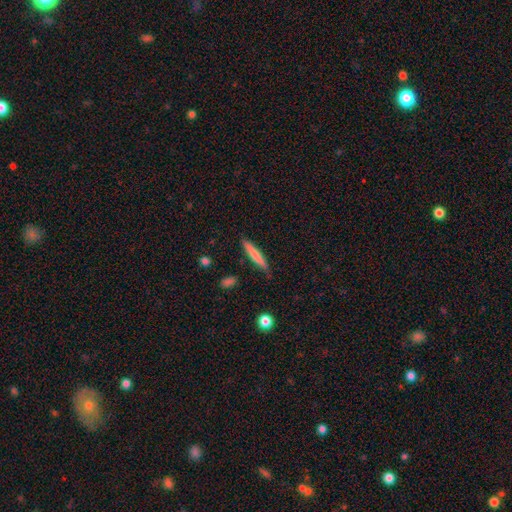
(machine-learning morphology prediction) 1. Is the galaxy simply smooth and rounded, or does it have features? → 68% smooth, 26% featured or disk, 6% star or artifact.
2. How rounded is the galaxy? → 93% cigar-shaped, 6% in between, 1% round.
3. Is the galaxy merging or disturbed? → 83% none, 13% minor disturbance, 2% major disturbance, 2% merger.